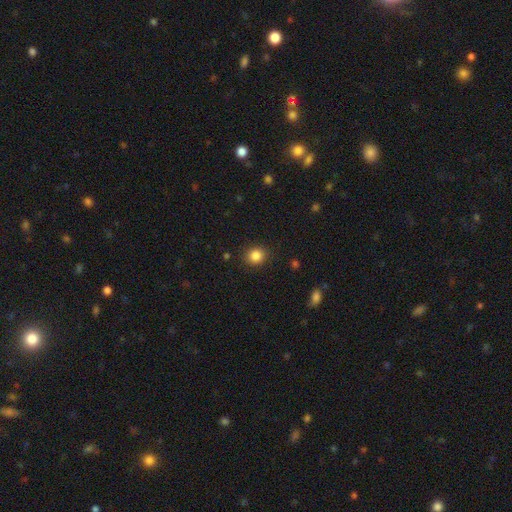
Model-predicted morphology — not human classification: This is clearly a smooth galaxy (85%). How rounded: clearly round (81%). Merging: clearly none (89%).